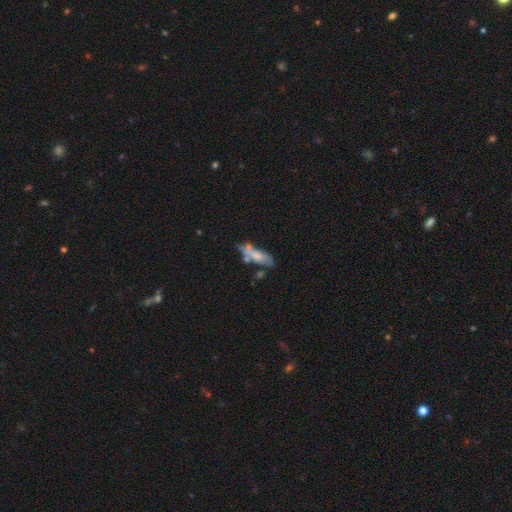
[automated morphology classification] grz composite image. It shows a smooth galaxy with no disk features (56%) that is in between round and cigar-shaped (58%). Merging: none (40%).